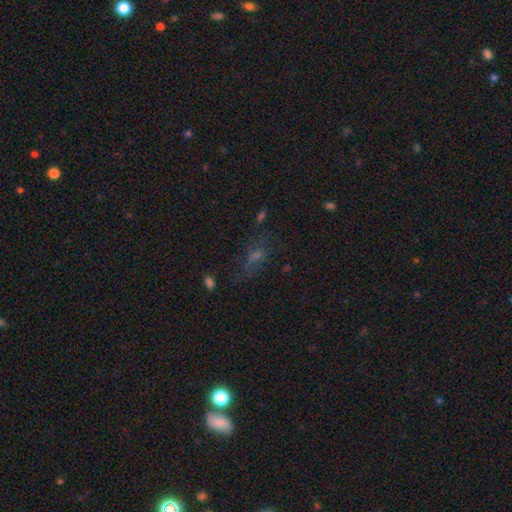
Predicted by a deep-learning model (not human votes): Smooth or featured? Predicted: star or artifact (p=0.42).